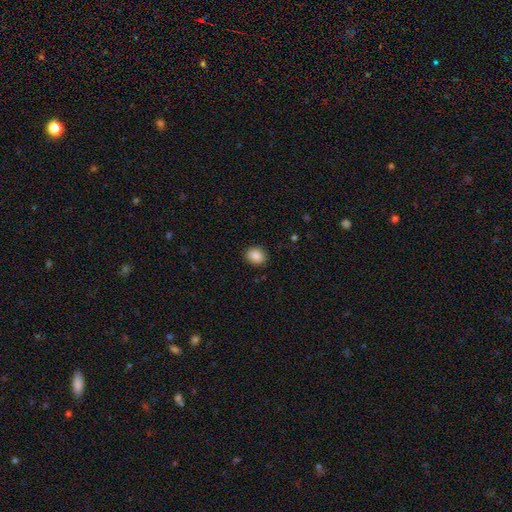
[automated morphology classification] This appears to be a smooth galaxy with no disk features (88%) that is round (50%). Merging: none (87%).